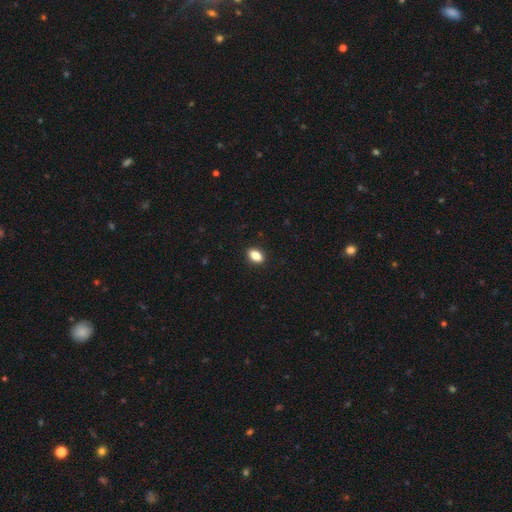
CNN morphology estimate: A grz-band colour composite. It shows a smooth galaxy with no disk features (86%) that is in between round and cigar-shaped (85%). Merging: none (90%).